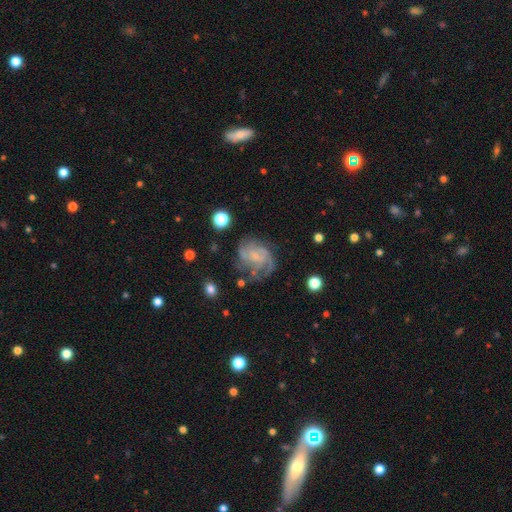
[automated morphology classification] Smooth or featured? Predicted: featured or disk (p=0.77). Edge-on disk? Predicted: no (p=0.98). Bar? Predicted: no (p=0.64). Spiral arms? Predicted: yes (p=0.91). Spiral winding? Predicted: medium (p=0.43). Spiral arm count? Predicted: can't tell (p=0.31). Bulge size? Predicted: small (p=0.68). Merging? Predicted: none (p=0.54).